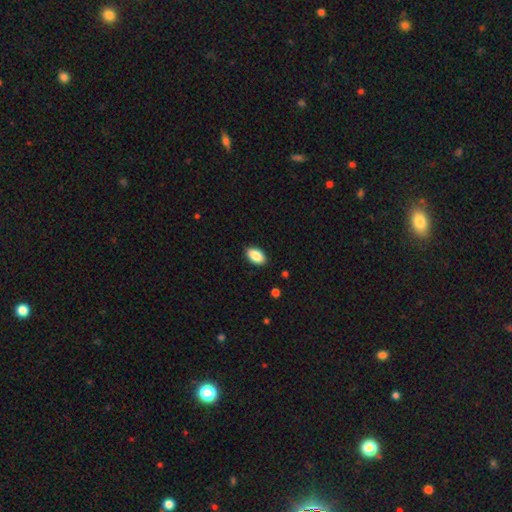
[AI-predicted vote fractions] smooth_or_featured: smooth (p=0.88) [alt: star or artifact p=0.07]
how_rounded: in between (p=0.93) [alt: round p=0.04]
merging: none (p=0.89) [alt: minor disturbance p=0.08]